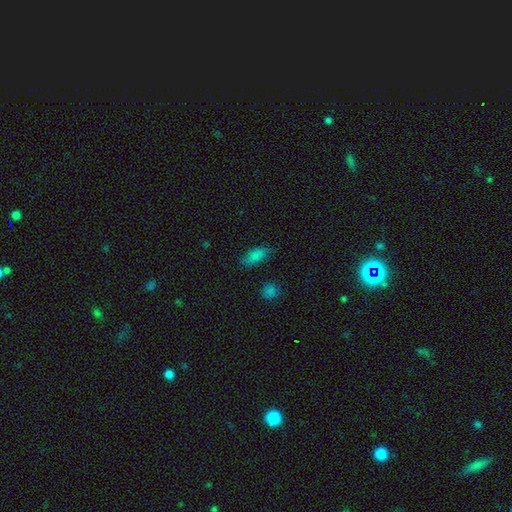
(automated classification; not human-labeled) Morphology: type=smooth (83%); roundness=in between (87%); merging=none (78%).